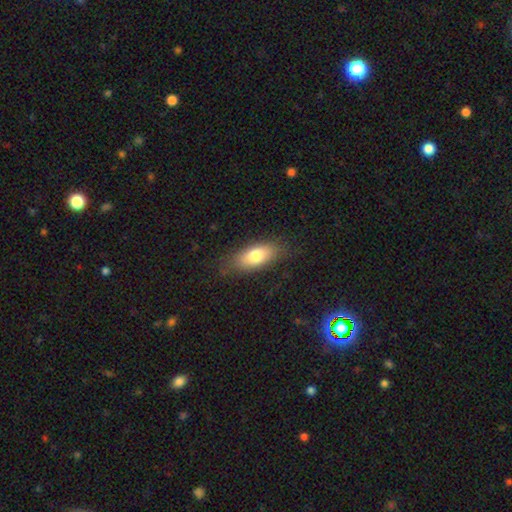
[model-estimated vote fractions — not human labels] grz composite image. It shows a smooth galaxy with no disk features (75%) that is in between round and cigar-shaped (83%). Merging: none (78%).